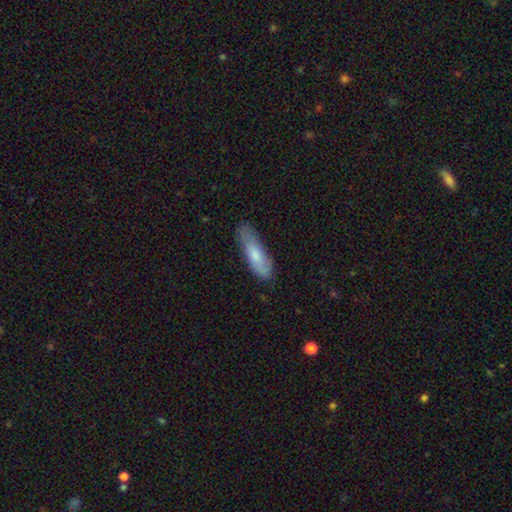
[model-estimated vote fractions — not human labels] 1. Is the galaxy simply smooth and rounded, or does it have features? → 71% smooth, 23% featured or disk, 6% star or artifact.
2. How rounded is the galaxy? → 54% cigar-shaped, 44% in between, 2% round.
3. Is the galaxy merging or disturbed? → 69% none, 24% minor disturbance, 5% major disturbance, 2% merger.